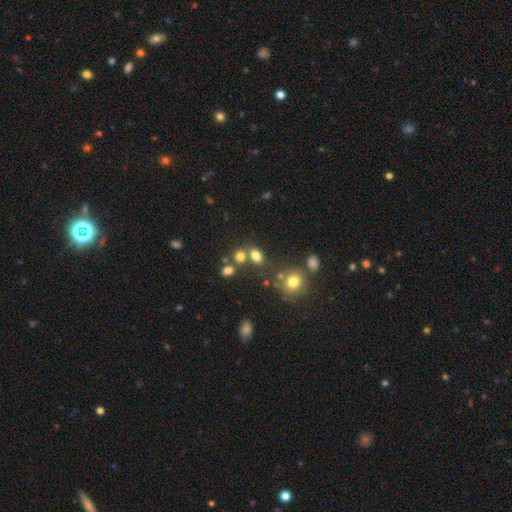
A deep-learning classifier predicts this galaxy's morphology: A smooth galaxy with no disk features (75%) that is in between round and cigar-shaped (60%).

Vote fractions:
- Smooth or featured? smooth: 75% / star or artifact: 16% / featured or disk: 9%
- How rounded? in between: 60% / round: 38% / cigar-shaped: 2%
- Merging? none: 57% / merger: 26% / minor disturbance: 12% / major disturbance: 5%